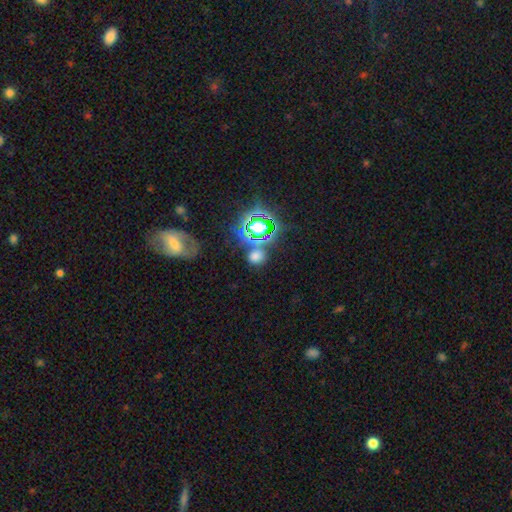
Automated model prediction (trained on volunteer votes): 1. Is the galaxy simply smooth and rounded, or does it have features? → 54% smooth, 38% star or artifact, 8% featured or disk.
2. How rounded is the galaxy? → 73% round, 25% in between, 2% cigar-shaped.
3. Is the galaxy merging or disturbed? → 70% none, 13% merger, 12% minor disturbance, 6% major disturbance.